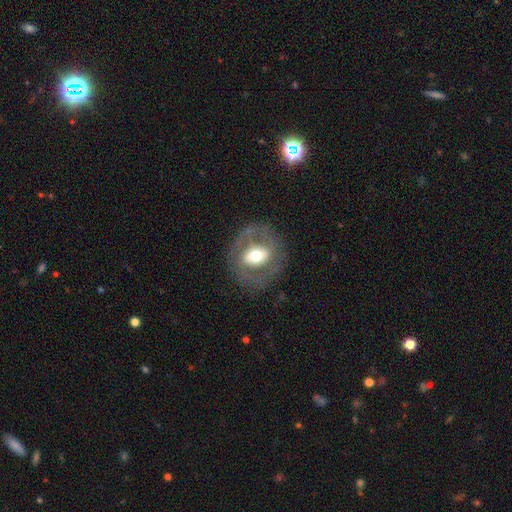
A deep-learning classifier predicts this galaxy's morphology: smooth-or-featured: featured or disk: 63% | smooth: 30% | star or artifact: 7%
  disk-edge-on: no: 94% | yes: 6%
    bar: no: 36% | weak: 32% | strong: 32%
    has-spiral-arms: no: 60% | yes: 40%
    bulge-size: moderate: 63% | large: 24% | small: 9% | dominant: 3% | none: 1%
  merging: none: 78% | minor disturbance: 12% | major disturbance: 10% | merger: 1%